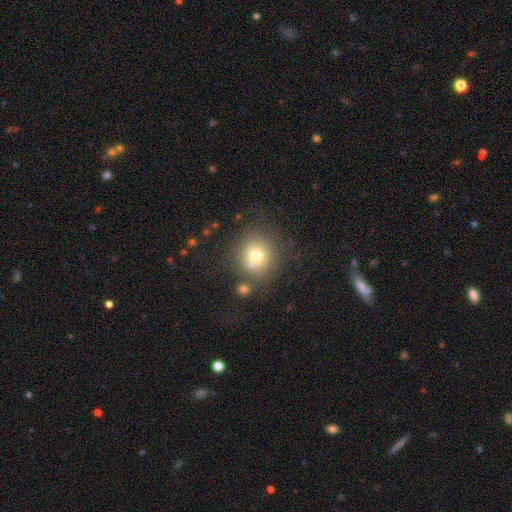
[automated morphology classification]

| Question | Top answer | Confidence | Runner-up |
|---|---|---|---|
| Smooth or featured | smooth | 70% | featured or disk (16%) |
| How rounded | round | 90% | in between (9%) |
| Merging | none | 64% | merger (19%) |